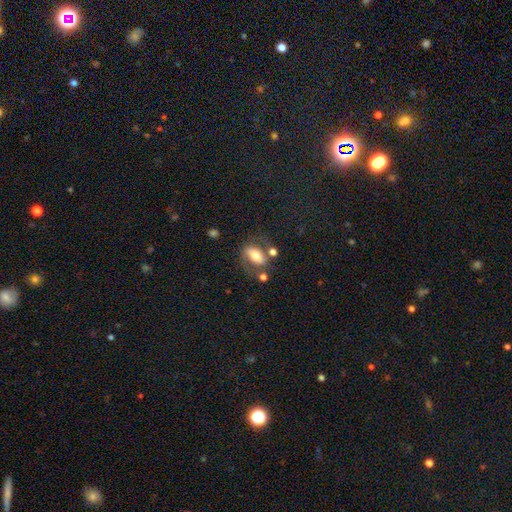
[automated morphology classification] This appears to be a smooth galaxy with no disk features (54%) that is in between round and cigar-shaped (84%). Merging: none (54%).